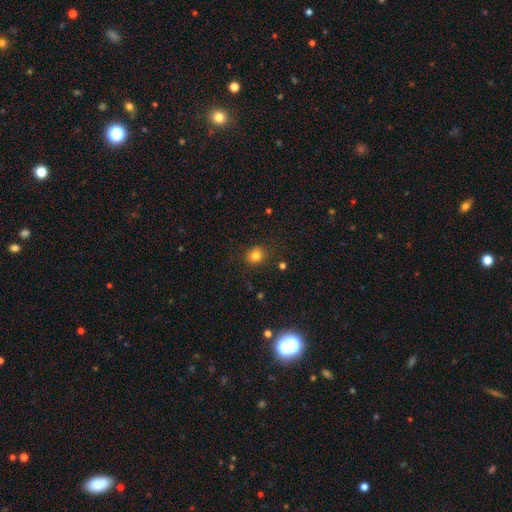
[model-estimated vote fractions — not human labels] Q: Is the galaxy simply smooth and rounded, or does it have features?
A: smooth — 81%.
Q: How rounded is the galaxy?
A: round — 74%.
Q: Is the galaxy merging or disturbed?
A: none — 82%.